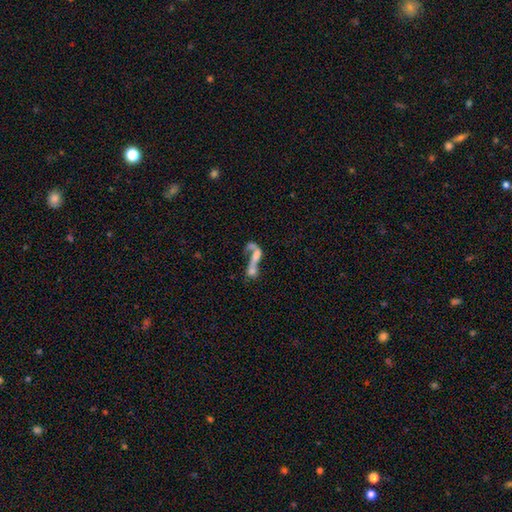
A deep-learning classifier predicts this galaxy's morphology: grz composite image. It shows a featured or disk galaxy (44%). Merging: merger (63%).